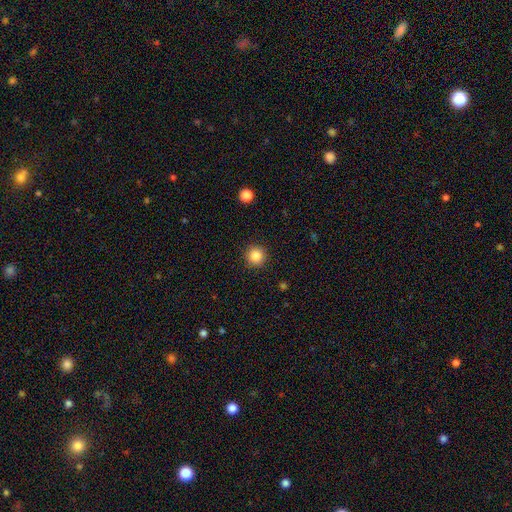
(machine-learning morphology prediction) type=smooth (85%); roundness=round (95%); merging=none (92%).